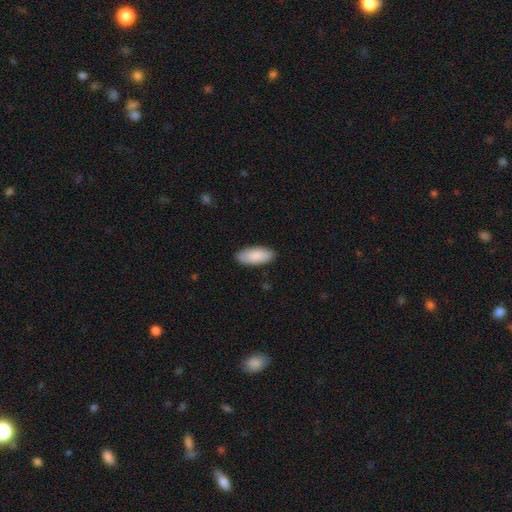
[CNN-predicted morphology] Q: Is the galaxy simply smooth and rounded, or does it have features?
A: smooth — 89%.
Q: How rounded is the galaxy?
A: in between — 89%.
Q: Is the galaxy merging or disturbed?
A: none — 89%.